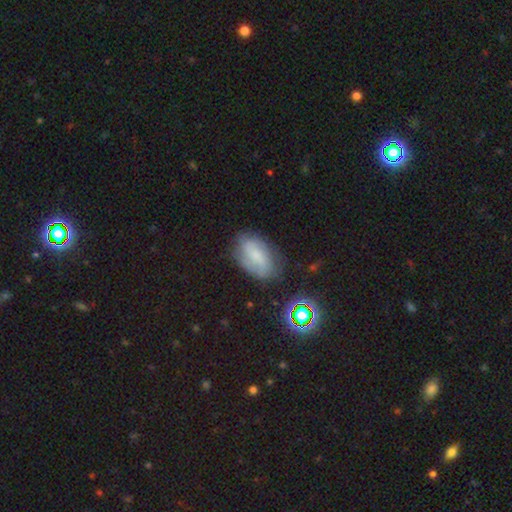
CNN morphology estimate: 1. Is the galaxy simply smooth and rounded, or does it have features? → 49% featured or disk, 41% smooth, 11% star or artifact.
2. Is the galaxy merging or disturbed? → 69% none, 21% minor disturbance, 7% major disturbance, 3% merger.